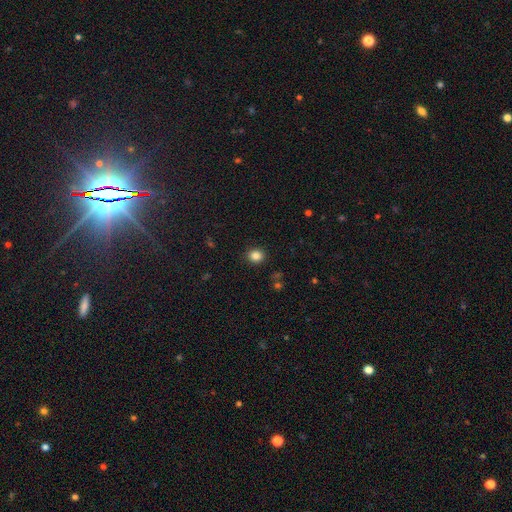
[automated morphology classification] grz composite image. It shows a smooth galaxy with no disk features (84%) that is round (78%). Merging: none (91%).